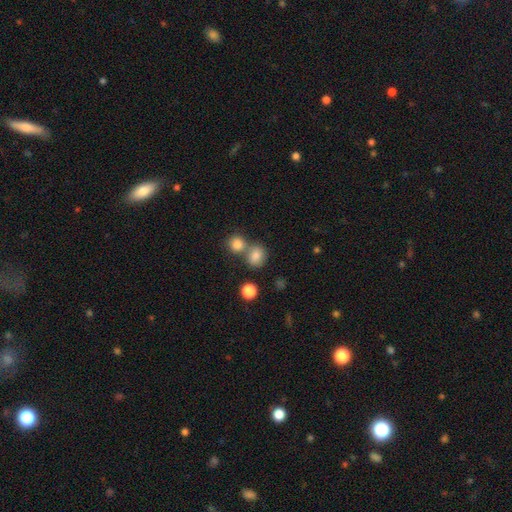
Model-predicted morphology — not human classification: Smooth or featured? Predicted: smooth (p=0.81). How rounded? Predicted: round (p=0.70). Merging? Predicted: none (p=0.50).